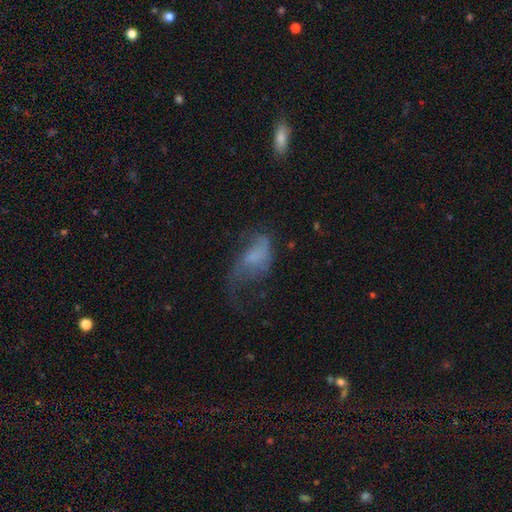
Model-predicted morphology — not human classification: smooth-or-featured: featured or disk: 46% | smooth: 41% | star or artifact: 13%
  merging: major disturbance: 52% | none: 24% | minor disturbance: 20% | merger: 4%